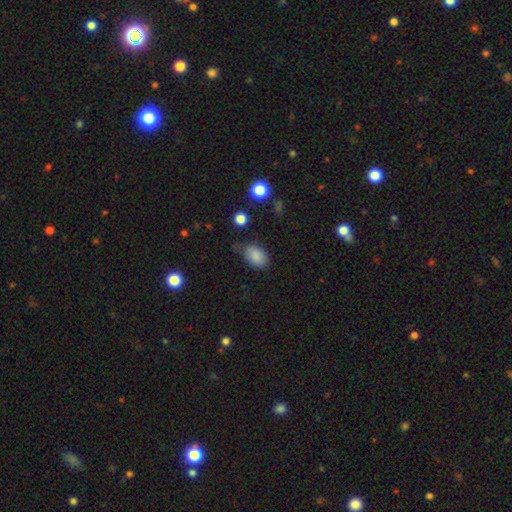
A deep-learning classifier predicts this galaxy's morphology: A smooth galaxy with no disk features (86%) that is in between round and cigar-shaped (85%). Merging: none (68%).